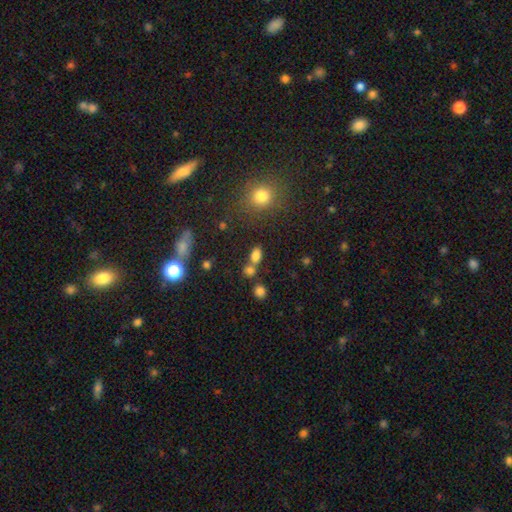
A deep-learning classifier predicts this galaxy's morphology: Smooth or featured? Predicted: smooth (p=0.78). How rounded? Predicted: in between (p=0.79). Merging? Predicted: none (p=0.51).